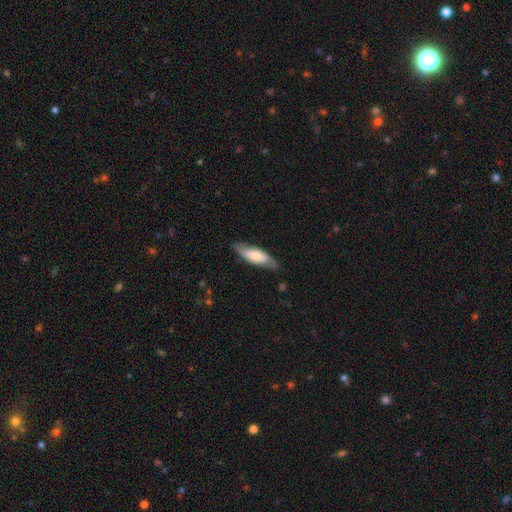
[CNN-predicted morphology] Overall: smooth (62%; featured or disk 32%). How rounded: in between (54%; cigar-shaped 44%). Merging: none (79%).